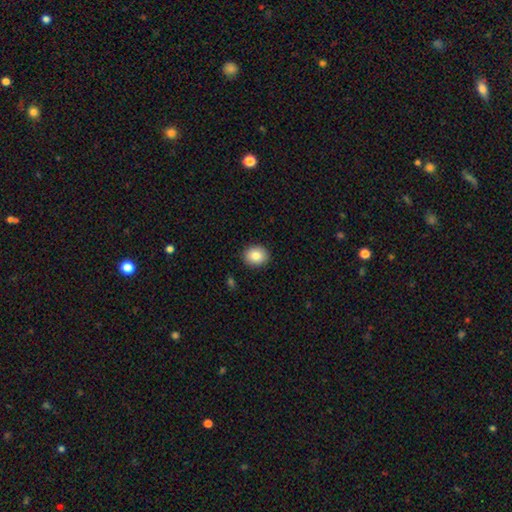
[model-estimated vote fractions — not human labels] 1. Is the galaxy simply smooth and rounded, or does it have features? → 84% smooth, 8% star or artifact, 7% featured or disk.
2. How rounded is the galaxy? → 67% round, 33% in between, 1% cigar-shaped.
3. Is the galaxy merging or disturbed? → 90% none, 7% minor disturbance, 2% major disturbance, 1% merger.